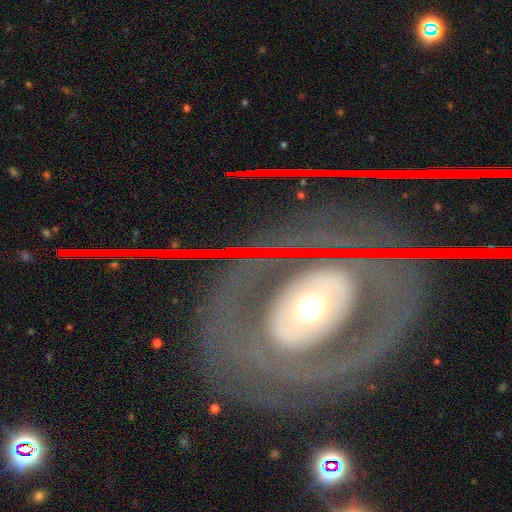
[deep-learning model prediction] Morphology: type=featured or disk (73%); edge-on=no (93%); bar=no (68%); spiral arms=no (53%); bulge=moderate (65%); merging=none (75%).